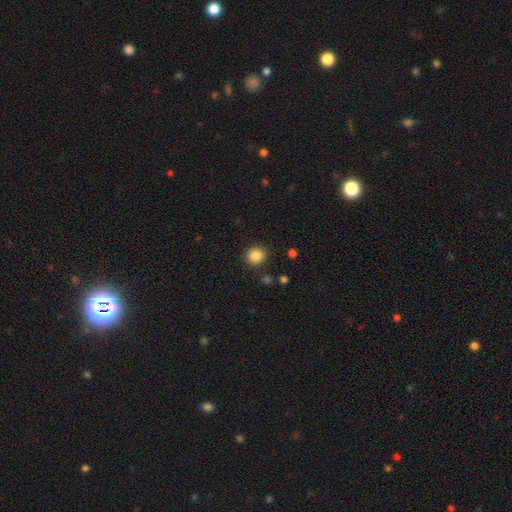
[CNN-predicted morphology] This appears to be a smooth galaxy with no disk features (86%) that is round (86%). Merging: none (89%).